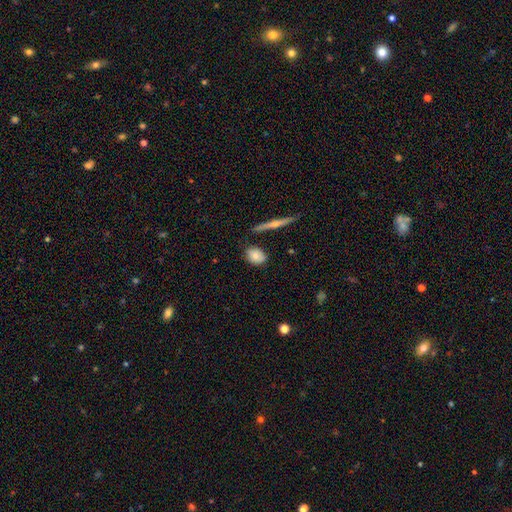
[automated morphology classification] Q: Smooth or featured?
A: smooth (76%); runner-up: featured or disk (17%)
Q: How rounded?
A: in between (62%); runner-up: round (33%)
Q: Merging?
A: none (77%); runner-up: minor disturbance (15%)